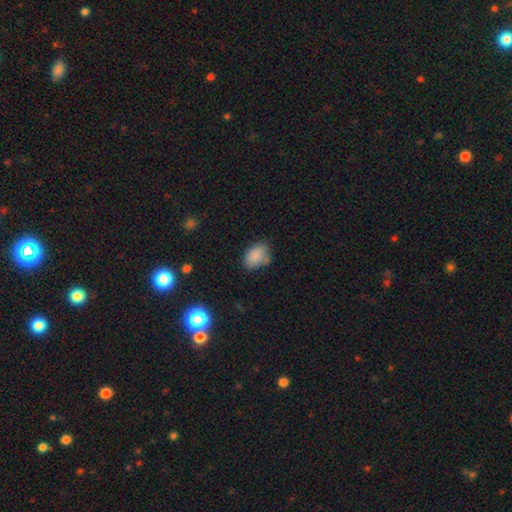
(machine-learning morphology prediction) A smooth galaxy with no disk features (84%) that is in between round and cigar-shaped (80%).

Vote fractions:
- Smooth or featured? smooth: 84% / star or artifact: 9% / featured or disk: 6%
- How rounded? in between: 80% / round: 19% / cigar-shaped: 1%
- Merging? none: 62% / minor disturbance: 26% / merger: 6% / major disturbance: 6%